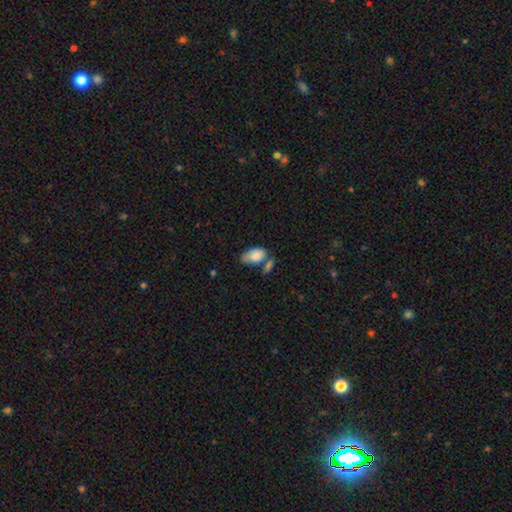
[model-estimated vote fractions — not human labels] smooth_or_featured: smooth (p=0.81) [alt: featured or disk p=0.12]
how_rounded: in between (p=0.93) [alt: round p=0.04]
merging: none (p=0.42) [alt: merger p=0.26]